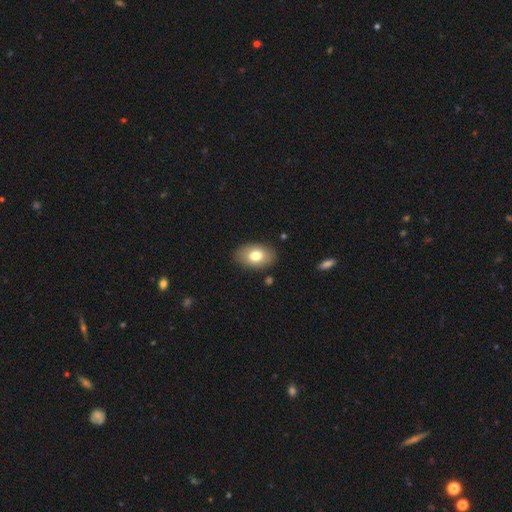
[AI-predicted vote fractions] Q: Smooth or featured?
A: smooth (76%); runner-up: featured or disk (17%)
Q: How rounded?
A: in between (87%); runner-up: round (12%)
Q: Merging?
A: none (85%); runner-up: minor disturbance (11%)